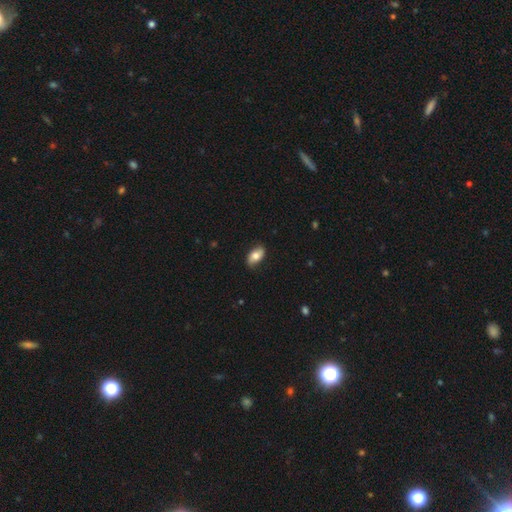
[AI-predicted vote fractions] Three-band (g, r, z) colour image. It shows a smooth galaxy with no disk features (69%) that is in between round and cigar-shaped (92%). Merging: none (81%).